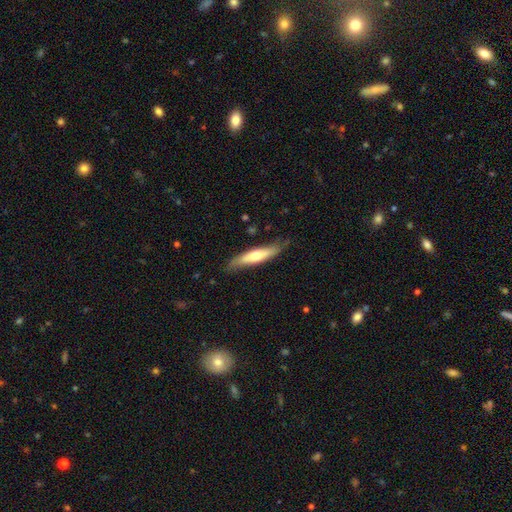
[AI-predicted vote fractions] The model was most divided on "smooth or featured": smooth: 53%, featured or disk: 41%, star or artifact: 5%. More confident: how rounded — cigar-shaped (79%); merging — none (77%).